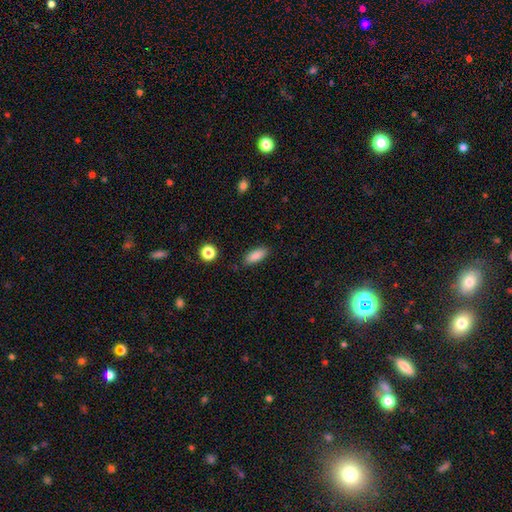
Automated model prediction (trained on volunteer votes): The model was most divided on "how rounded": in between: 77%, cigar-shaped: 20%, round: 3%. More confident: smooth or featured — smooth (87%); merging — none (85%).